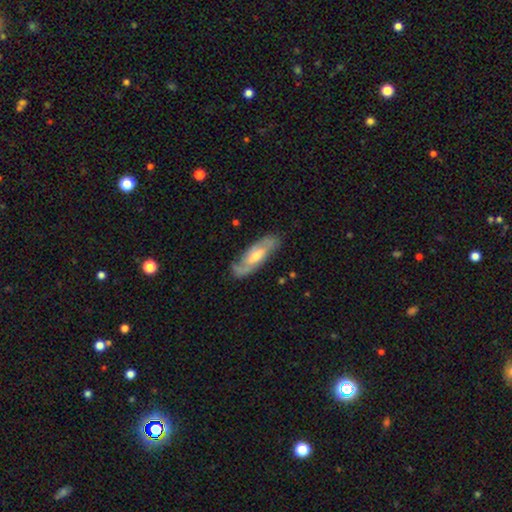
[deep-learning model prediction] A featured or disk galaxy (73%) with a weak bar (50%), 2 (76%) medium (44%) spiral arms (87%) and a moderate central bulge (58%).

Vote fractions:
- Smooth or featured? featured or disk: 73% / smooth: 22% / star or artifact: 5%
- Edge-on disk? no: 85% / yes: 15%
- Bar? weak: 50% / no: 30% / strong: 20%
- Spiral arms? yes: 87% / no: 13%
- Spiral winding? medium: 44% / tight: 40% / loose: 16%
- Spiral arm count? 2: 76% / can't tell: 16% / 1: 4% / 3: 2% / 4: 1% / more than 4: 1%
- Bulge size? moderate: 58% / small: 31% / large: 7% / none: 3% / dominant: 1%
- Merging? none: 79% / minor disturbance: 15% / major disturbance: 4% / merger: 1%